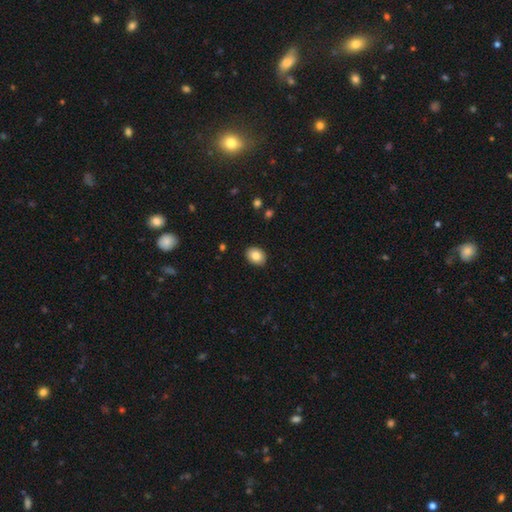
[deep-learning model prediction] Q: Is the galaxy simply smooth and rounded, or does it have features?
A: smooth — 84%.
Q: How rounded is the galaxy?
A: in between — 65%.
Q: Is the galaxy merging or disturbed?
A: none — 90%.